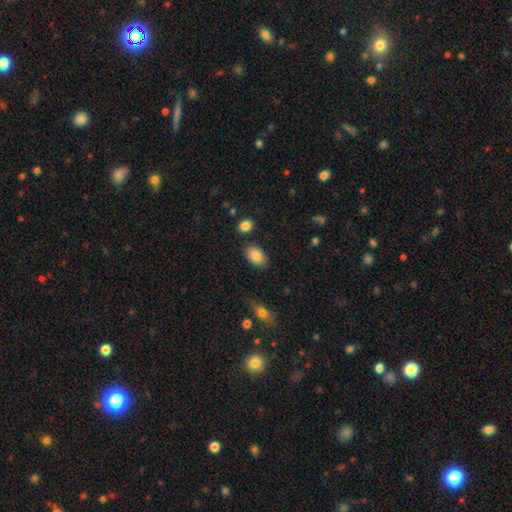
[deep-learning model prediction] smooth_or_featured: smooth (p=0.88) [alt: star or artifact p=0.07]
how_rounded: in between (p=0.90) [alt: round p=0.09]
merging: none (p=0.81) [alt: minor disturbance p=0.11]